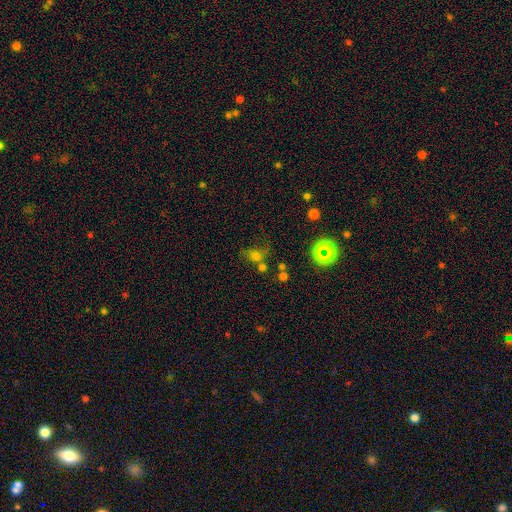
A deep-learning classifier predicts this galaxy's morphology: A smooth galaxy with no disk features (56%) that is round (56%). Merging: none (41%).